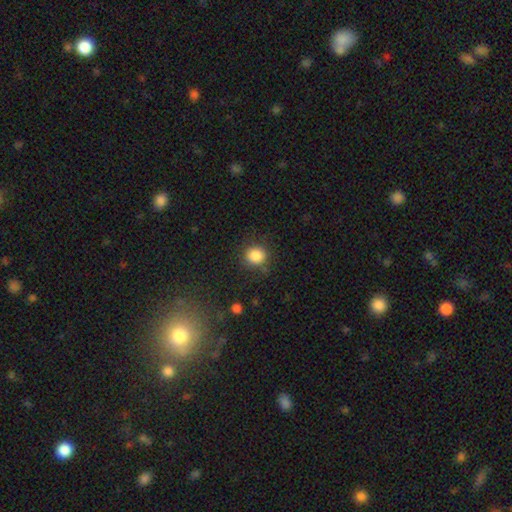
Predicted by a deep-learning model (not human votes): Morphology: type=smooth (86%); roundness=round (85%); merging=none (82%).